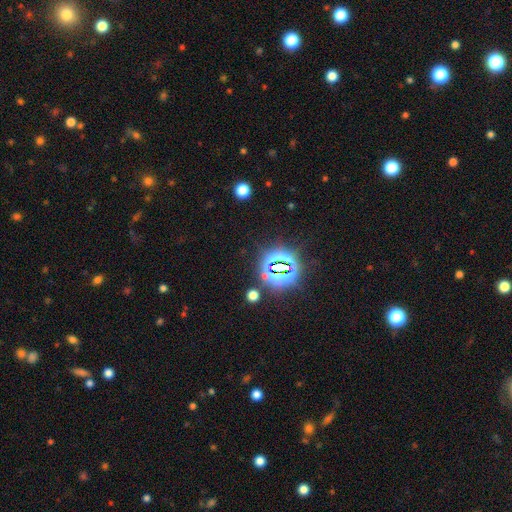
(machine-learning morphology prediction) A star or artifact, not a galaxy (81%).